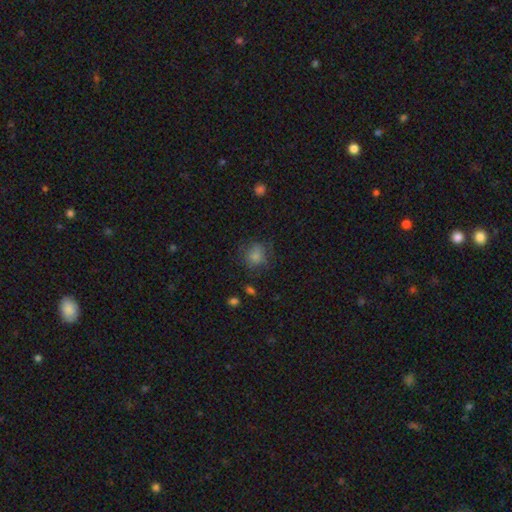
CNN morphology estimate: Overall: smooth (77%). How rounded: round (77%). Merging: none (64%).